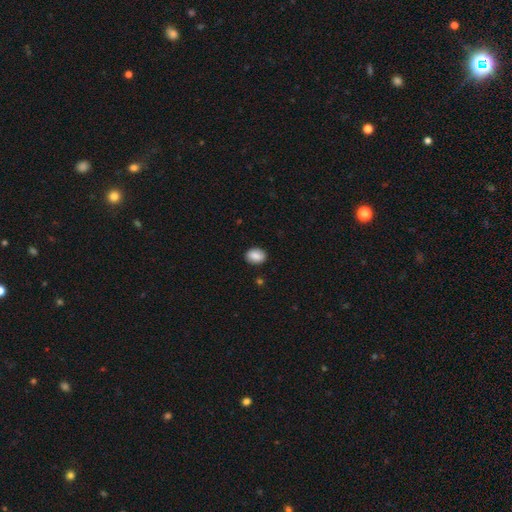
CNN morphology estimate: Smooth or featured?
  - smooth: 86% *
  - star or artifact: 8%
  - featured or disk: 6%
How rounded?
  - in between: 63% *
  - round: 36%
  - cigar-shaped: 1%
Merging?
  - none: 87% *
  - minor disturbance: 9%
  - major disturbance: 2%
  - merger: 1%